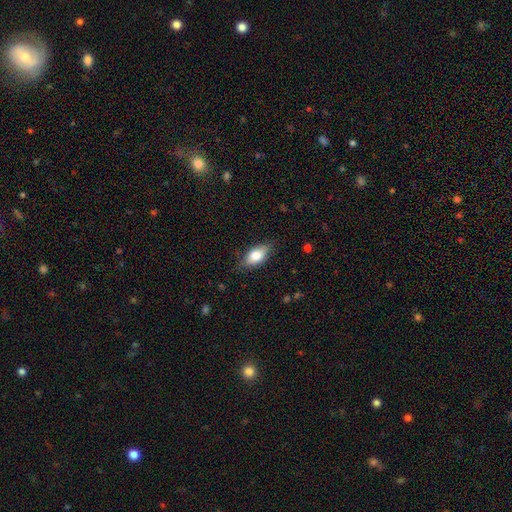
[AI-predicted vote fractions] Smooth or featured?
  - smooth: 75% *
  - featured or disk: 19%
  - star or artifact: 7%
How rounded?
  - in between: 86% *
  - cigar-shaped: 9%
  - round: 5%
Merging?
  - none: 79% *
  - minor disturbance: 17%
  - major disturbance: 3%
  - merger: 1%